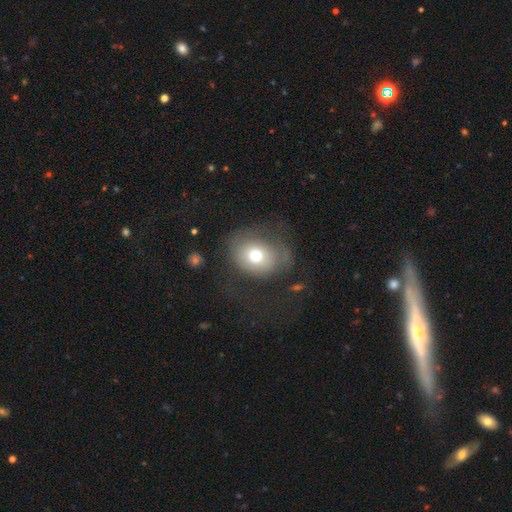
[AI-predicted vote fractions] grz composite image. It shows a smooth galaxy with no disk features (66%) that is round (54%). Merging: none (46%).